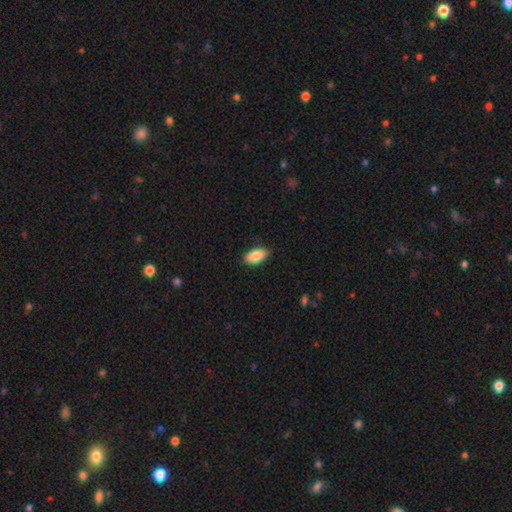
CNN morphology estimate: type=smooth (87%); roundness=in between (93%); merging=none (87%).